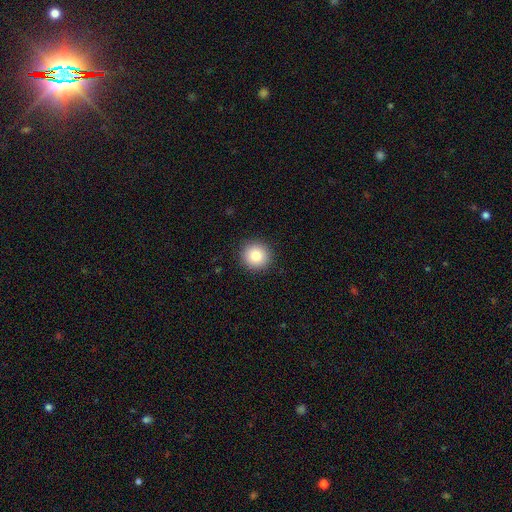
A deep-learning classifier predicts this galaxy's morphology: smooth-or-featured: smooth: 84% | star or artifact: 9% | featured or disk: 7%
  how-rounded: round: 94% | in between: 5% | cigar-shaped: 1%
  merging: none: 92% | minor disturbance: 5% | major disturbance: 2% | merger: 1%